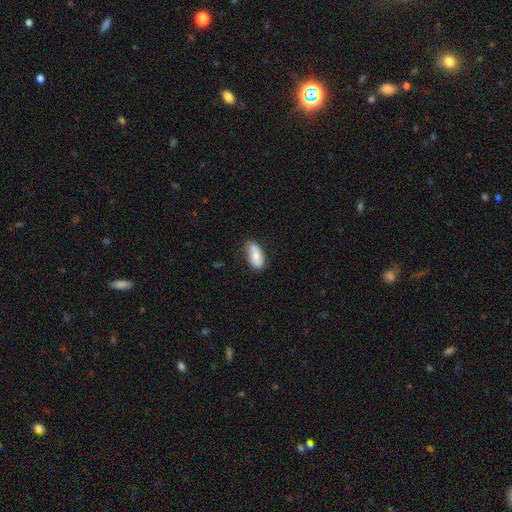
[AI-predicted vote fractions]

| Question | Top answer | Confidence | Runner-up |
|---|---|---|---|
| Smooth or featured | smooth | 69% | featured or disk (25%) |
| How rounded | in between | 88% | cigar-shaped (8%) |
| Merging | none | 70% | minor disturbance (24%) |